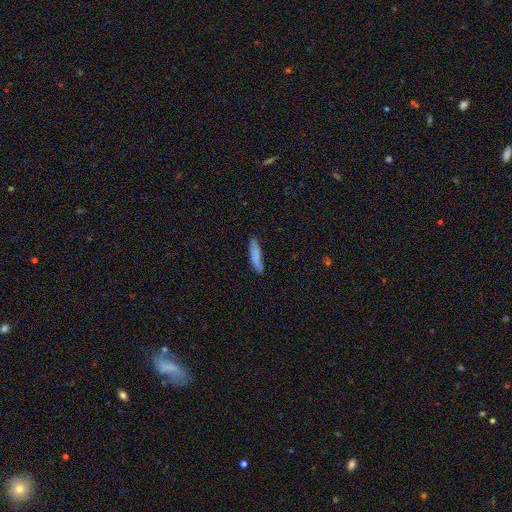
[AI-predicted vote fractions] The model was most divided on "how rounded": cigar-shaped: 76%, in between: 22%, round: 1%. More confident: smooth or featured — smooth (81%); merging — none (78%).